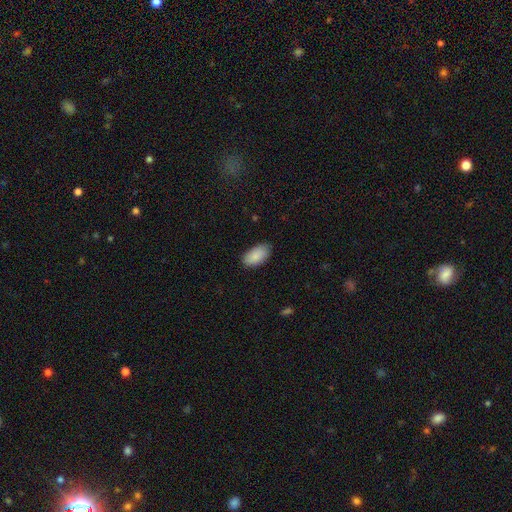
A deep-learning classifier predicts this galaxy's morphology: Smooth or featured?
  - smooth: 89% *
  - star or artifact: 6%
  - featured or disk: 5%
How rounded?
  - in between: 95% *
  - round: 3%
  - cigar-shaped: 2%
Merging?
  - none: 84% *
  - minor disturbance: 13%
  - major disturbance: 2%
  - merger: 1%